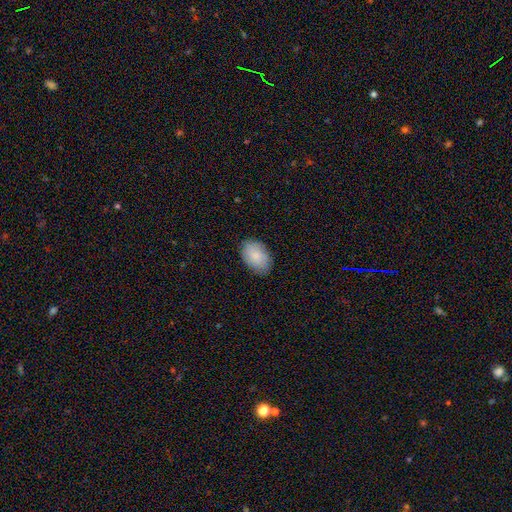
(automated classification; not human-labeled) smooth_or_featured: smooth (p=0.87) [alt: featured or disk p=0.07]
how_rounded: in between (p=0.88) [alt: round p=0.11]
merging: none (p=0.82) [alt: minor disturbance p=0.14]